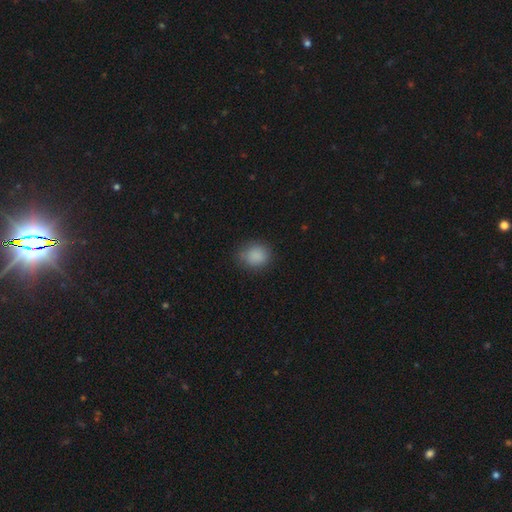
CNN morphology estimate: The model was most divided on "how rounded": round: 66%, in between: 33%, cigar-shaped: 1%. More confident: smooth or featured — smooth (86%); merging — none (75%).